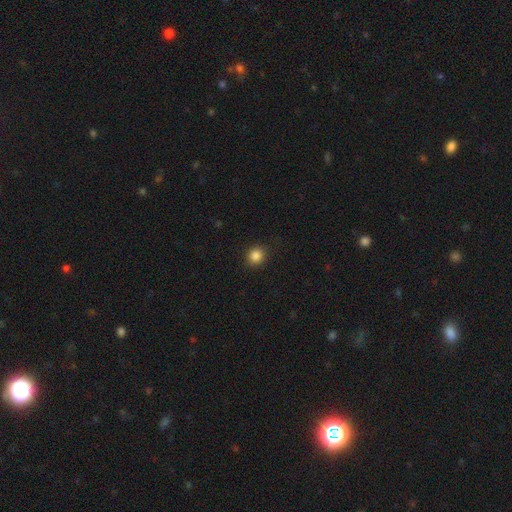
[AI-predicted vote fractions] A smooth galaxy with no disk features (86%) that is round (88%). Merging: none (89%).